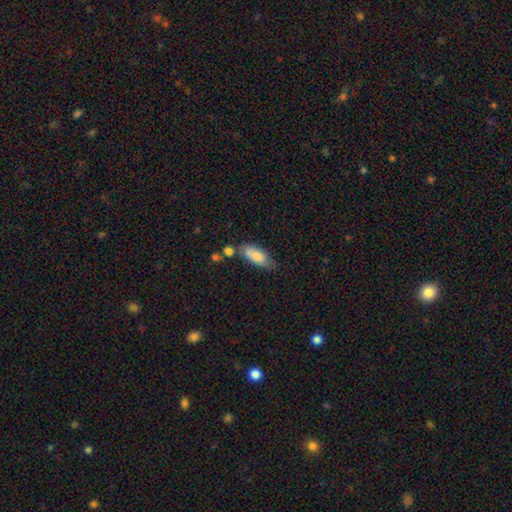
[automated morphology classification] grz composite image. It shows a smooth galaxy with no disk features (77%) that is in between round and cigar-shaped (76%). Merging: none (52%).